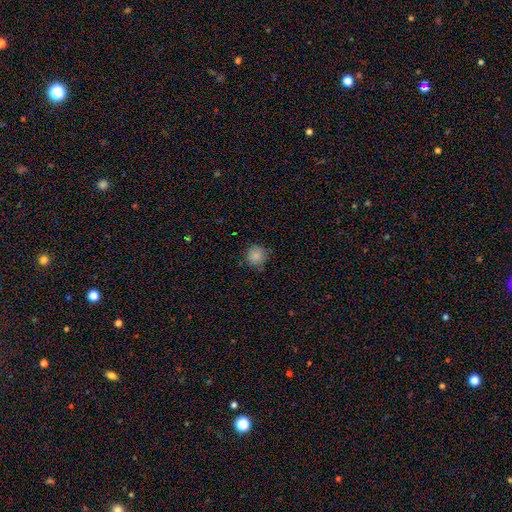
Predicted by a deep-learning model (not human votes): A smooth galaxy with no disk features (85%) that is round (90%).

Vote fractions:
- Smooth or featured? smooth: 85% / star or artifact: 10% / featured or disk: 5%
- How rounded? round: 90% / in between: 9% / cigar-shaped: 1%
- Merging? none: 79% / minor disturbance: 16% / major disturbance: 3% / merger: 1%